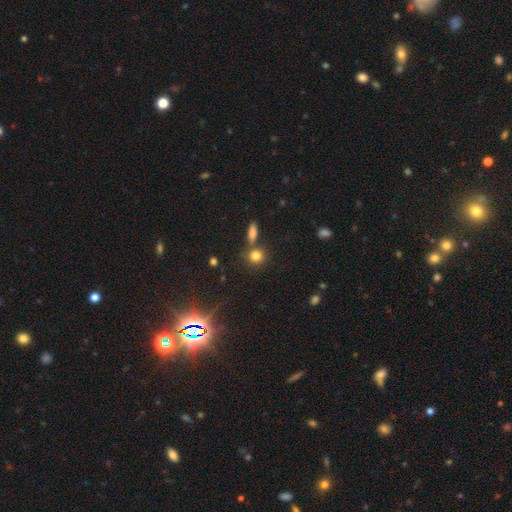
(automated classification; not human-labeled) Overall: smooth (78%). How rounded: round (79%). Merging: none (67%).